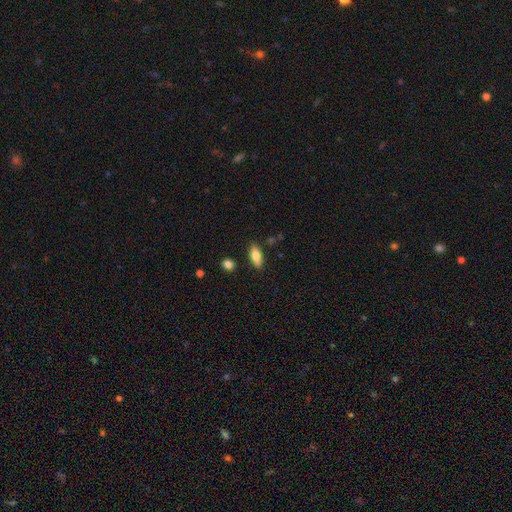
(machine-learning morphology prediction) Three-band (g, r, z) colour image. It shows a smooth galaxy with no disk features (73%) that is in between round and cigar-shaped (76%). Merging: none (84%).